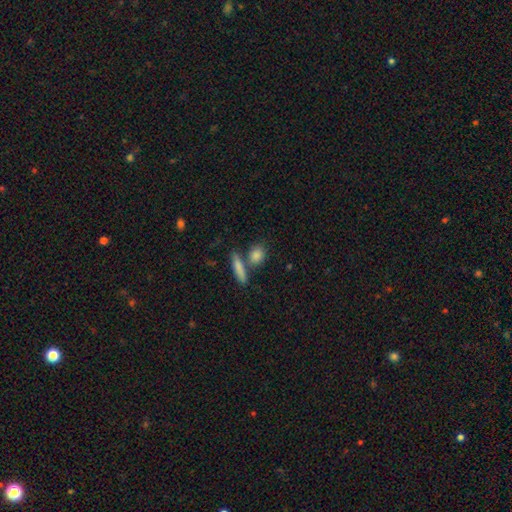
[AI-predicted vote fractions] Q: Smooth or featured?
A: smooth (78%); runner-up: featured or disk (11%)
Q: How rounded?
A: round (39%); runner-up: in between (32%)
Q: Merging?
A: none (67%); runner-up: merger (21%)